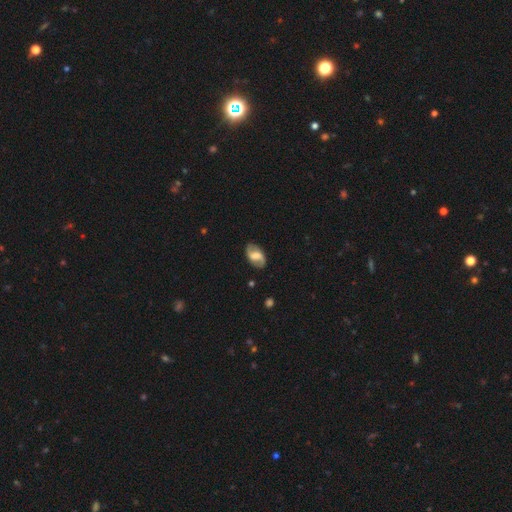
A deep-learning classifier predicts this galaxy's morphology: smooth-or-featured: featured or disk: 65% | smooth: 28% | star or artifact: 7%
  disk-edge-on: no: 95% | yes: 5%
    bar: weak: 48% | strong: 29% | no: 23%
    has-spiral-arms: yes: 87% | no: 13%
      spiral-winding: loose: 47% | medium: 38% | tight: 15%
      spiral-arm-count: 2: 90% | can't tell: 5% | 1: 2% | 3: 1% | 4: 1% | more than 4: 1%
    bulge-size: moderate: 38% | large: 23% | small: 21% | none: 15% | dominant: 3%
  merging: none: 82% | minor disturbance: 13% | major disturbance: 4% | merger: 1%